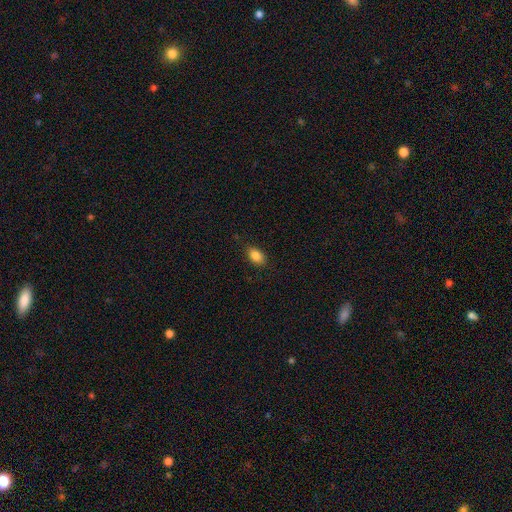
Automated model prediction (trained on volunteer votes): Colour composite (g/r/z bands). It shows a smooth galaxy with no disk features (86%) that is in between round and cigar-shaped (86%). Merging: none (86%).